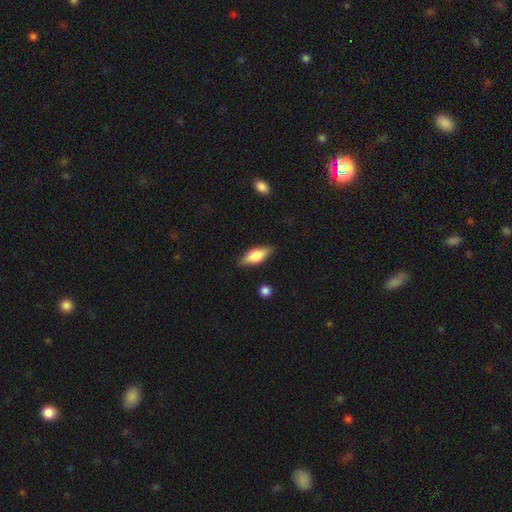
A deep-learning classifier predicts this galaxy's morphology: The model was most divided on "smooth or featured": smooth: 59%, featured or disk: 34%, star or artifact: 7%. More confident: merging — none (84%); how rounded — in between (70%).